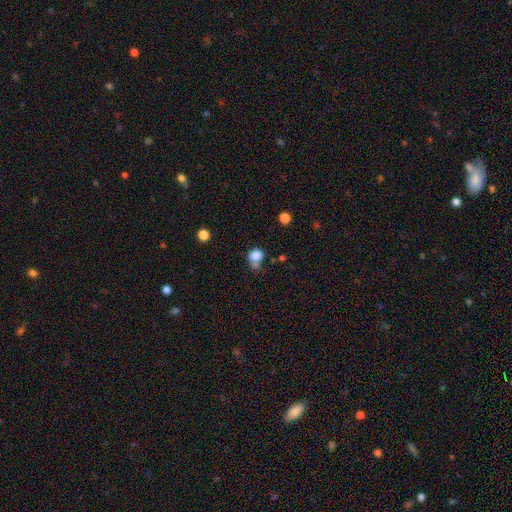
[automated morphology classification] Smooth or featured? Predicted: smooth (p=0.81). How rounded? Predicted: round (p=0.61). Merging? Predicted: none (p=0.42).